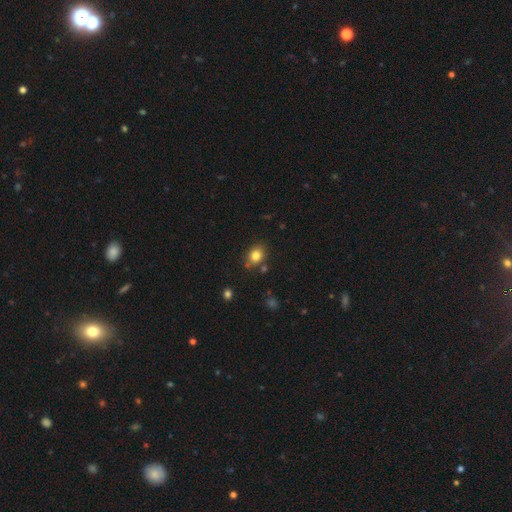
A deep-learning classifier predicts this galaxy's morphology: smooth-or-featured: smooth: 82% | star or artifact: 11% | featured or disk: 7%
  how-rounded: round: 53% | in between: 46% | cigar-shaped: 1%
  merging: none: 76% | minor disturbance: 14% | merger: 7% | major disturbance: 3%